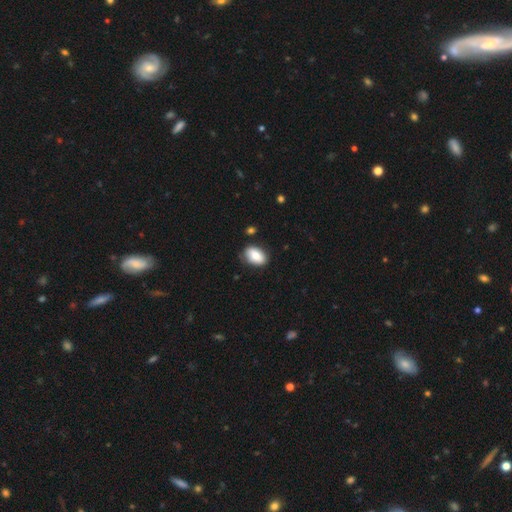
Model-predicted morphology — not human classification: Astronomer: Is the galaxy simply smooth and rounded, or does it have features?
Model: smooth — 79%.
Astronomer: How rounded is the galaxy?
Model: in between — 87%.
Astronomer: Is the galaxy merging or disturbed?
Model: none — 78%.